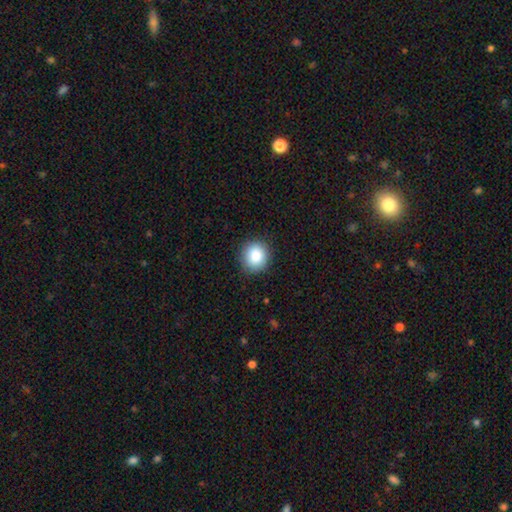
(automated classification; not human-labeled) smooth 85%, star or artifact 9%, featured or disk 6%. Down the decision tree: how rounded — round (88%); merging — none (90%).